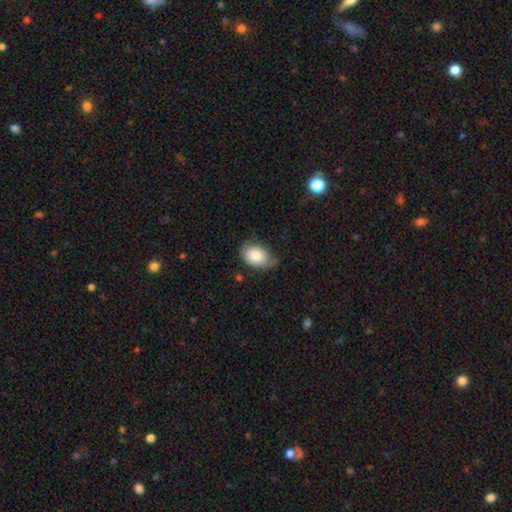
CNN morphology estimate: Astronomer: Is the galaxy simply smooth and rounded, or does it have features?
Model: smooth — 81%.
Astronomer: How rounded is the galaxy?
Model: in between — 82%.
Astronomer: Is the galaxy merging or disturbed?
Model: none — 53% (runner-up: minor disturbance, 36%).